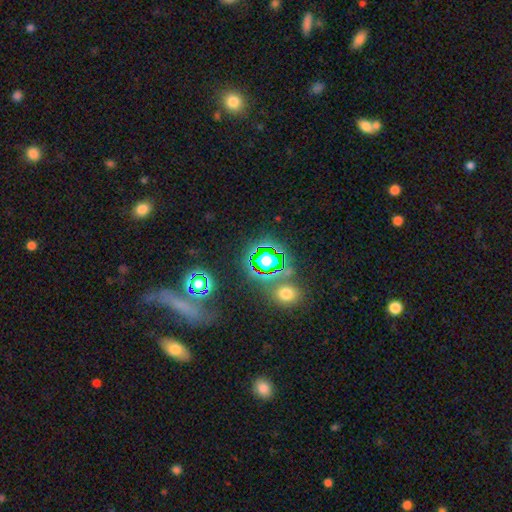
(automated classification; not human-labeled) Smooth or featured? star or artifact (68%)